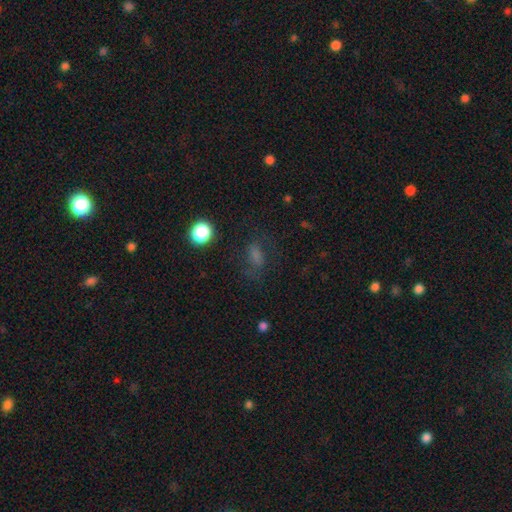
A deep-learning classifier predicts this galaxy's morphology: Overall: smooth (58%; star or artifact 24%). How rounded: in between (68%). Merging: none (63%).